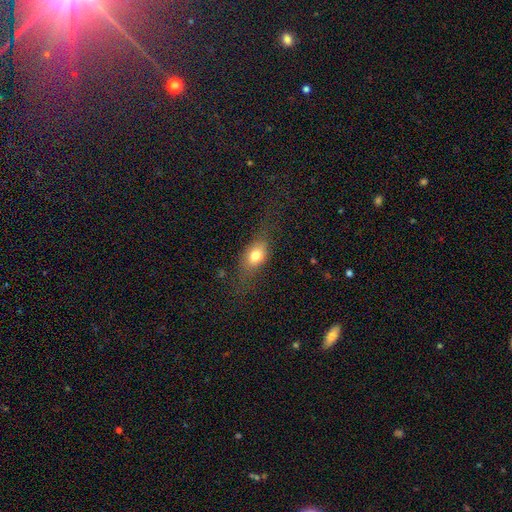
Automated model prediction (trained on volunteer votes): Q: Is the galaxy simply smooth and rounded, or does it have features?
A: smooth — 72%.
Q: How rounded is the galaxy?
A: in between — 74%.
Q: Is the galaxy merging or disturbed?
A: none — 62%.